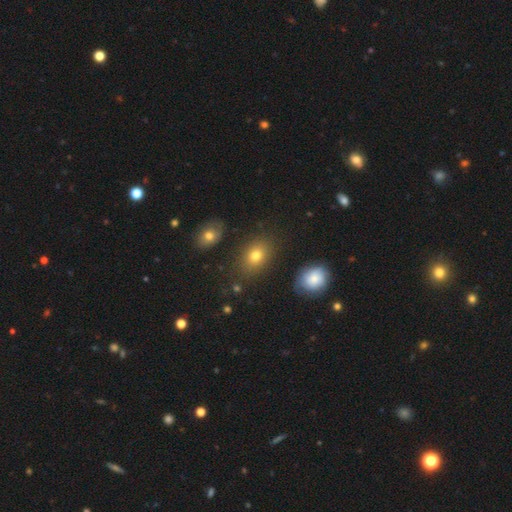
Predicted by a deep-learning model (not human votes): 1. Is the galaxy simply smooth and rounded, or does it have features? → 76% smooth, 13% star or artifact, 11% featured or disk.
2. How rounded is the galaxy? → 75% in between, 24% round, 1% cigar-shaped.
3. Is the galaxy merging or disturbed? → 80% none, 12% minor disturbance, 4% major disturbance, 3% merger.